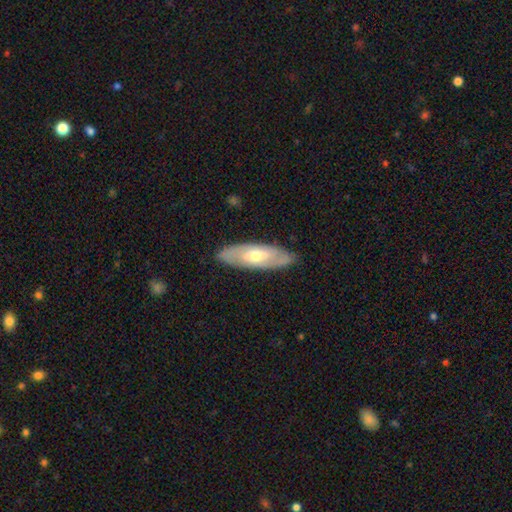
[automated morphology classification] This appears to be a featured or disk galaxy (63%). Merging: none (87%).